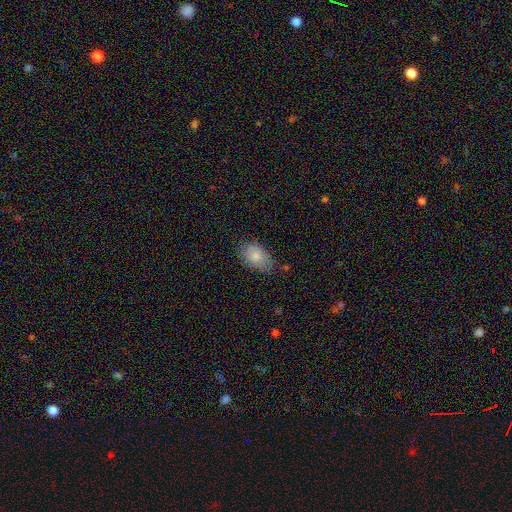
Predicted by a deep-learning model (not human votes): Smooth or featured? smooth (81%)
How rounded? in between (89%)
Merging? none (71%)